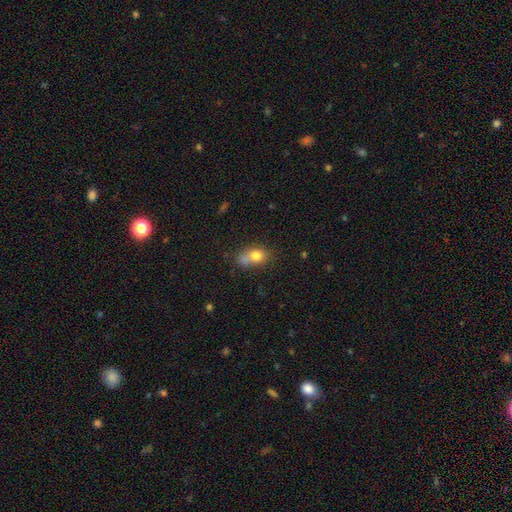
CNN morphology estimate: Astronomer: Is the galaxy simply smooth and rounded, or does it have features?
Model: smooth — 76%.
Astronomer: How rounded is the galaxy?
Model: in between — 69%.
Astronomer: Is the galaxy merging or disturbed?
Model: none — 44% (runner-up: minor disturbance, 26%).